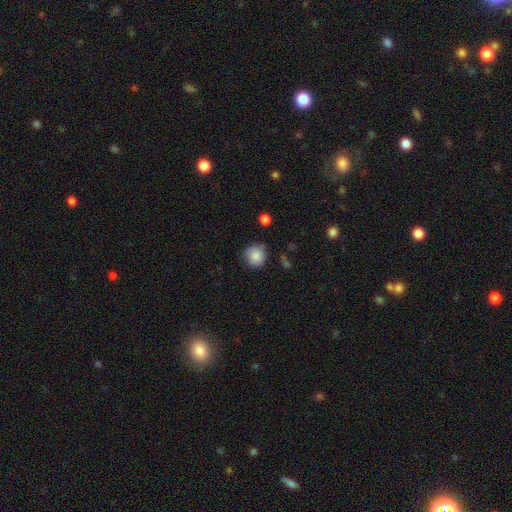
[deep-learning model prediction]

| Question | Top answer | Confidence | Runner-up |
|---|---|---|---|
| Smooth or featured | smooth | 86% | star or artifact (9%) |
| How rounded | round | 87% | in between (12%) |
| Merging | none | 73% | minor disturbance (20%) |